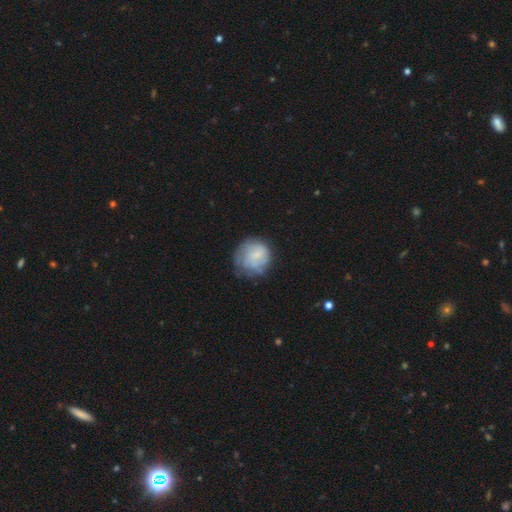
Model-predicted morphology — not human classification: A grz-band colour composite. It shows a smooth galaxy with no disk features (51%) that is round (84%). Merging: none (57%).